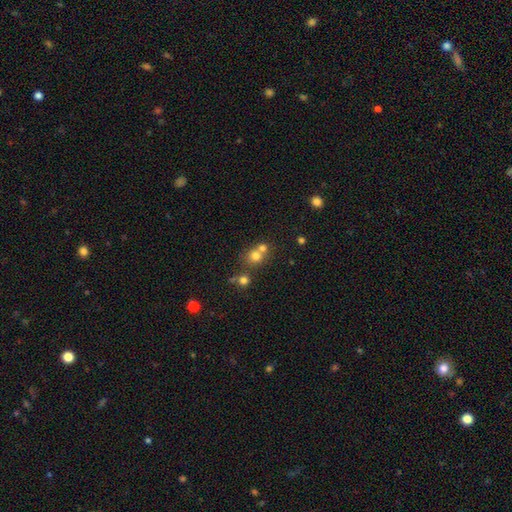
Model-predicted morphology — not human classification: Overall: smooth (72%). How rounded: round (84%). Merging: merger (46%; none 44%).